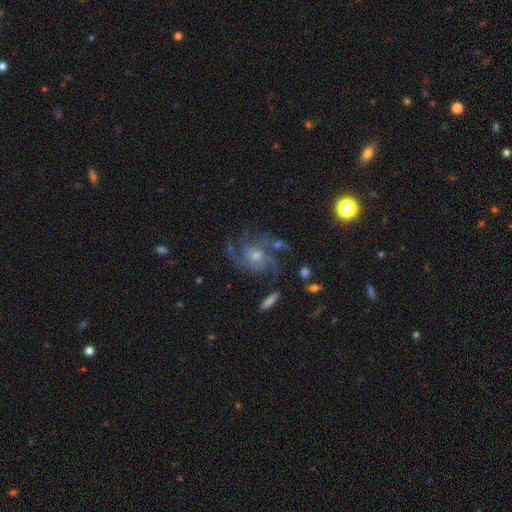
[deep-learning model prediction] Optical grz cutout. It shows a featured or disk galaxy (83%) with no bar (72%), 3 (35%) medium (48%) spiral arms (96%) and a moderate central bulge (51%). Merging: none (67%).